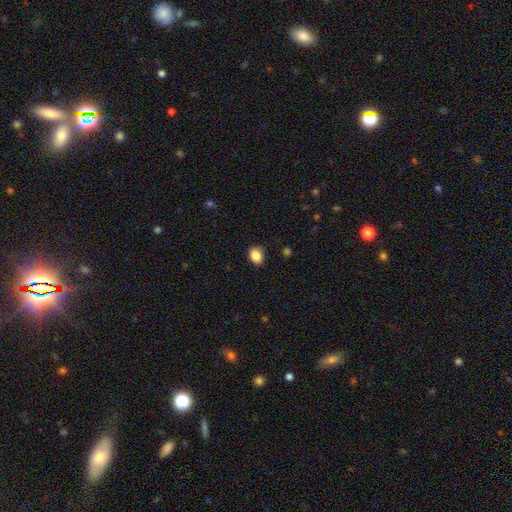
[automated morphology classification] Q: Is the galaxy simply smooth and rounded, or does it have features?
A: smooth — 86%.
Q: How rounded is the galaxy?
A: round — 53%.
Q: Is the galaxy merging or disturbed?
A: none — 86%.